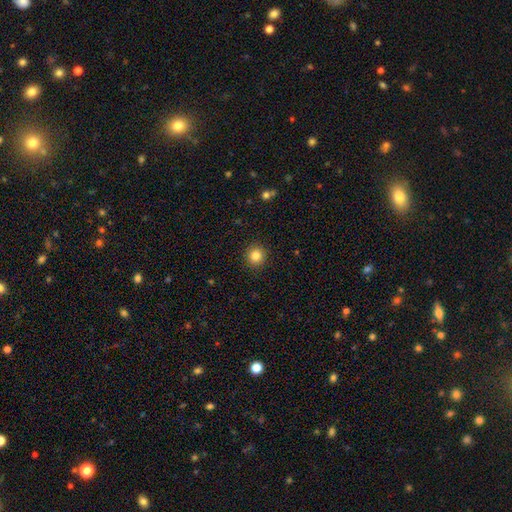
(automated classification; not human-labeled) Smooth or featured: smooth — 84% (star or artifact — 11%)
How rounded: round — 91% (in between — 8%)
Merging: none — 91% (minor disturbance — 6%)